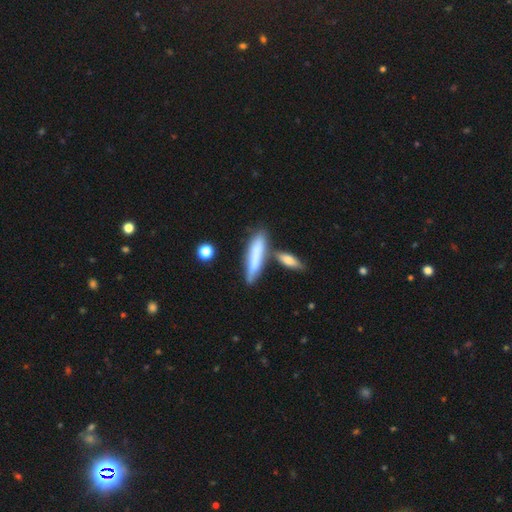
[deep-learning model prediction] smooth_or_featured: smooth (p=0.67) [alt: featured or disk p=0.27]
how_rounded: cigar-shaped (p=0.78) [alt: in between p=0.20]
merging: none (p=0.59) [alt: merger p=0.20]